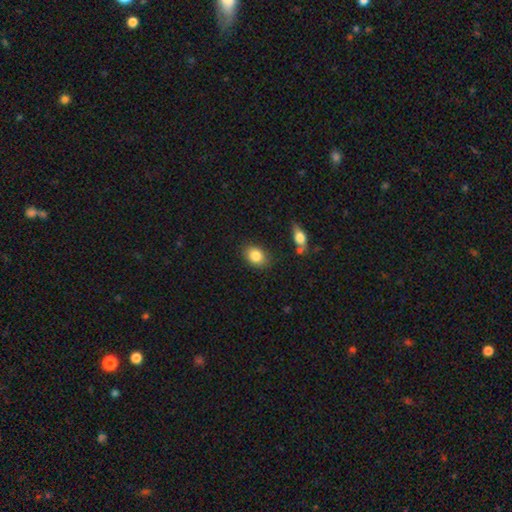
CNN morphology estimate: Smooth or featured? smooth (84%)
How rounded? in between (67%)
Merging? none (82%)